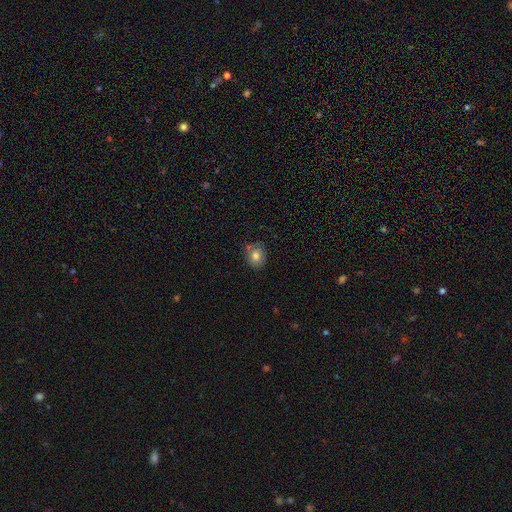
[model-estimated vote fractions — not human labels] The model was most divided on "how rounded": round: 67%, in between: 32%, cigar-shaped: 1%. More confident: smooth or featured — smooth (78%); merging — none (72%).